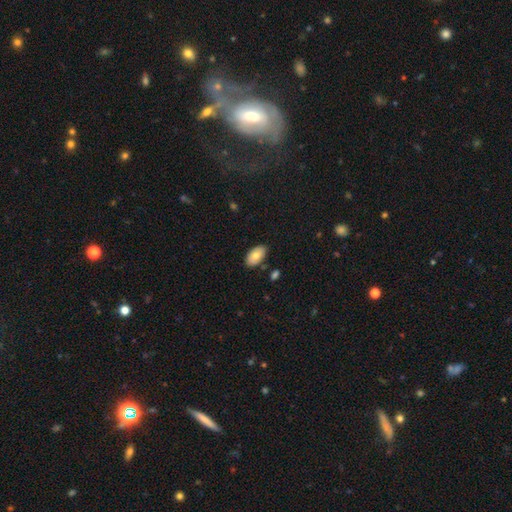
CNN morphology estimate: The model was most divided on "smooth or featured": smooth: 77%, featured or disk: 16%, star or artifact: 7%. More confident: how rounded — in between (95%); merging — none (84%).